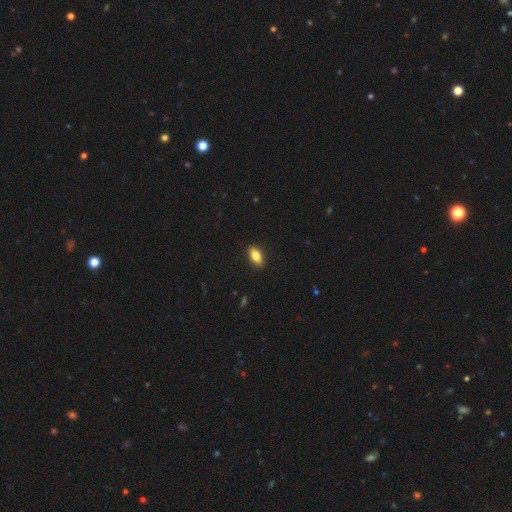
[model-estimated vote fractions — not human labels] Smooth or featured?
  - smooth: 80% *
  - featured or disk: 12%
  - star or artifact: 7%
How rounded?
  - in between: 86% *
  - cigar-shaped: 10%
  - round: 4%
Merging?
  - none: 89% *
  - minor disturbance: 8%
  - major disturbance: 2%
  - merger: 1%